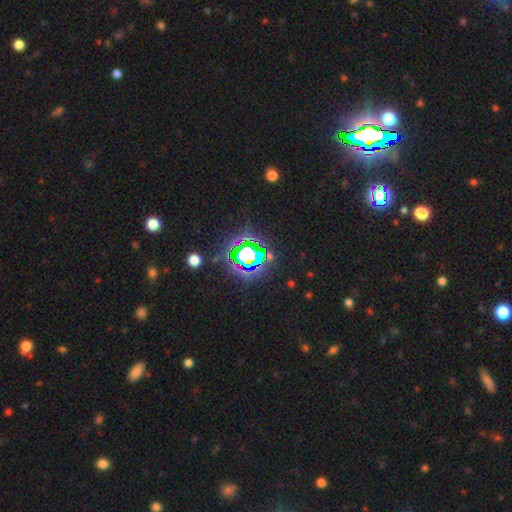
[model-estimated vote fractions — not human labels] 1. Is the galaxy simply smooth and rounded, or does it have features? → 68% star or artifact, 16% smooth, 15% featured or disk.